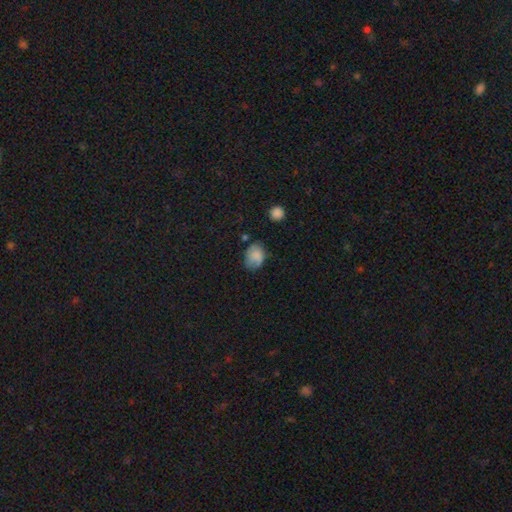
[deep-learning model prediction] A smooth galaxy with no disk features (78%) that is in between round and cigar-shaped (65%).

Vote fractions:
- Smooth or featured? smooth: 78% / featured or disk: 12% / star or artifact: 10%
- How rounded? in between: 65% / round: 34% / cigar-shaped: 1%
- Merging? none: 58% / minor disturbance: 30% / major disturbance: 9% / merger: 3%